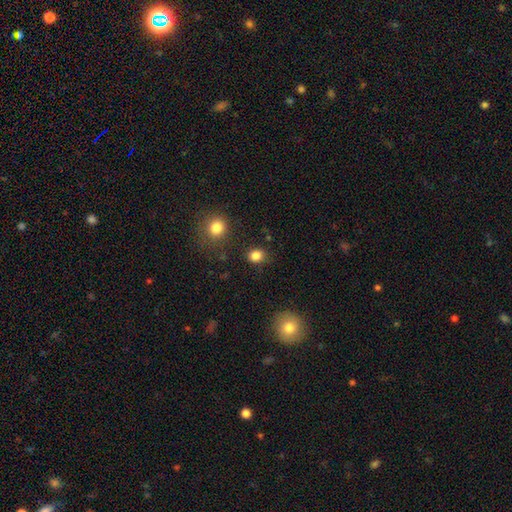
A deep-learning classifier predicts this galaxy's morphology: Q: Smooth or featured?
A: smooth (84%); runner-up: star or artifact (11%)
Q: How rounded?
A: round (63%); runner-up: in between (36%)
Q: Merging?
A: none (84%); runner-up: minor disturbance (11%)